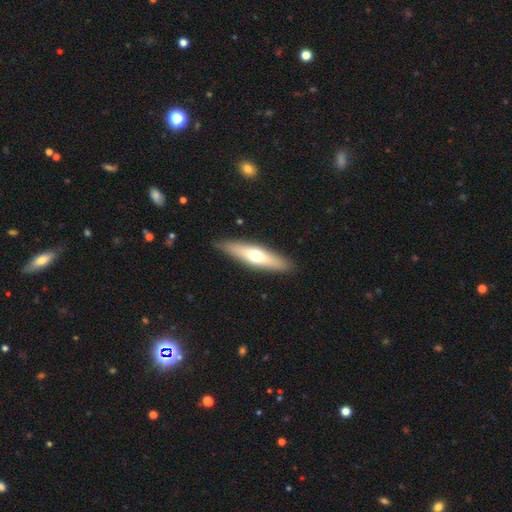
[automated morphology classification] smooth 53%, featured or disk 41%, star or artifact 6%. Down the decision tree: how rounded — cigar-shaped (75%); merging — none (87%).